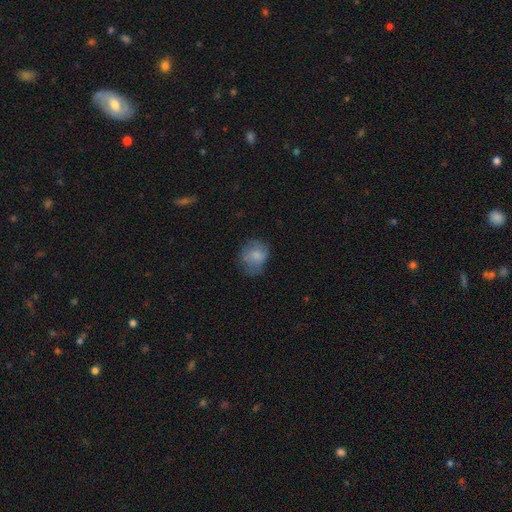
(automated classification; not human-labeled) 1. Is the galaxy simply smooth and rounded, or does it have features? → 73% smooth, 18% featured or disk, 8% star or artifact.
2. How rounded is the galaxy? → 64% round, 35% in between, 1% cigar-shaped.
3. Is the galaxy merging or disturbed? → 55% none, 29% minor disturbance, 14% major disturbance, 1% merger.